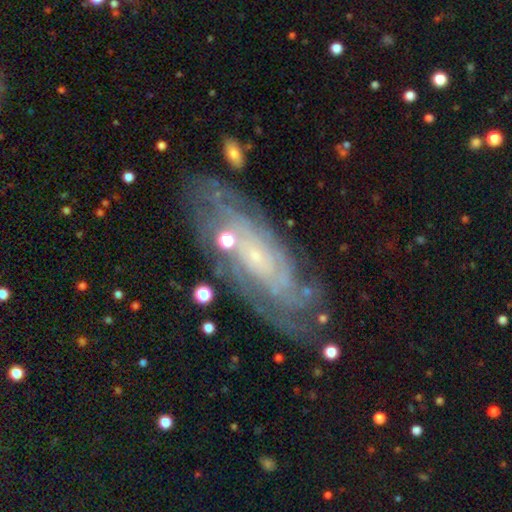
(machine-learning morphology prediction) smooth_or_featured: featured or disk (p=0.81) [alt: smooth p=0.12]
disk_edge_on: no (p=0.87) [alt: yes p=0.13]
bar: no (p=0.73) [alt: weak p=0.21]
has_spiral_arms: yes (p=0.93) [alt: no p=0.07]
spiral_winding: tight (p=0.73) [alt: medium p=0.22]
spiral_arm_count: can't tell (p=0.50) [alt: 4 p=0.13]
bulge_size: small (p=0.78) [alt: moderate p=0.13]
merging: none (p=0.73) [alt: minor disturbance p=0.17]